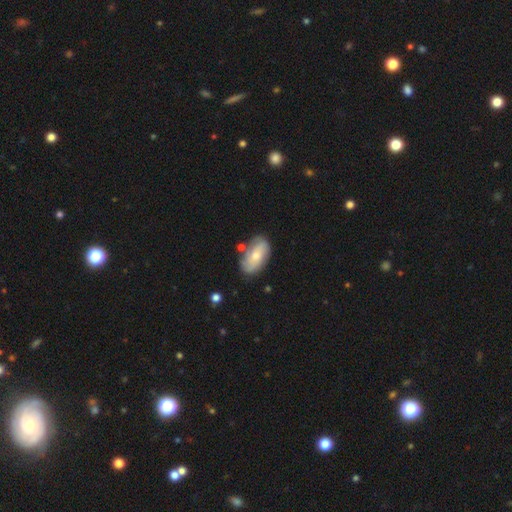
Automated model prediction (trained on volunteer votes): Morphology: type=smooth (54%); roundness=in between (91%); merging=none (68%).